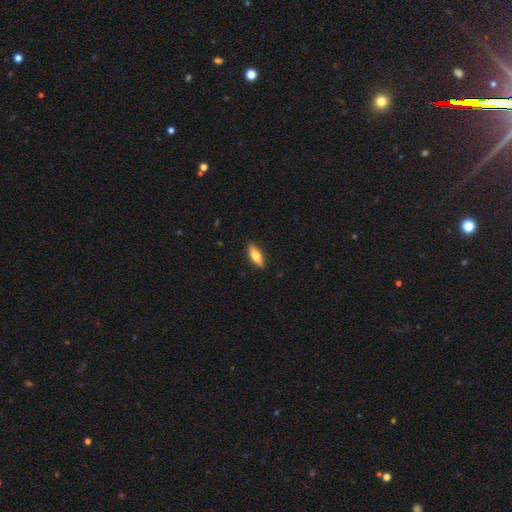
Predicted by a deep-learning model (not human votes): Smooth or featured?
  - smooth: 64% *
  - featured or disk: 30%
  - star or artifact: 6%
How rounded?
  - in between: 60% *
  - cigar-shaped: 37%
  - round: 3%
Merging?
  - none: 88% *
  - minor disturbance: 9%
  - major disturbance: 2%
  - merger: 1%